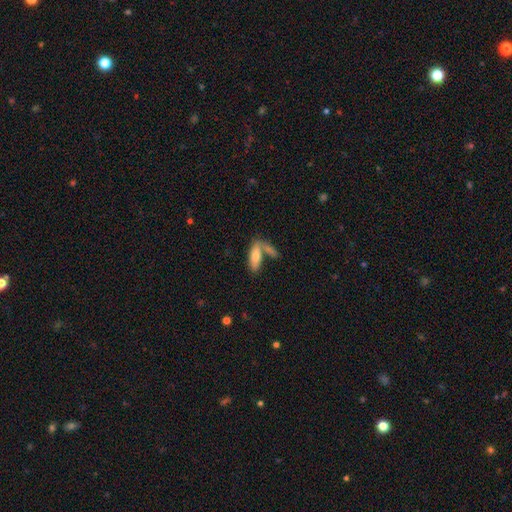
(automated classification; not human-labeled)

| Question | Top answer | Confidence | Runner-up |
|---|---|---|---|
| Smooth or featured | smooth | 75% | featured or disk (18%) |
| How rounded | in between | 64% | cigar-shaped (34%) |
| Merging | none | 43% | merger (41%) |